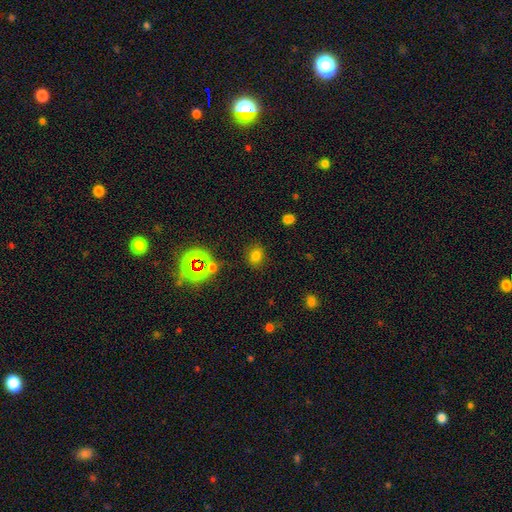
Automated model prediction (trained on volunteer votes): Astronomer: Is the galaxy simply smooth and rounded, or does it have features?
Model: smooth — 69%.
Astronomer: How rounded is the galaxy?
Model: round — 52% (runner-up: in between, 47%).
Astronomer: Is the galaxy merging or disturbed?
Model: none — 82%.